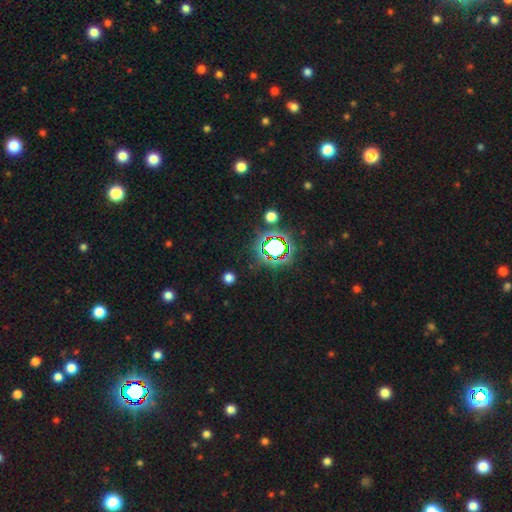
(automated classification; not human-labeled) Smooth or featured?
  - star or artifact: 77% *
  - smooth: 16%
  - featured or disk: 7%